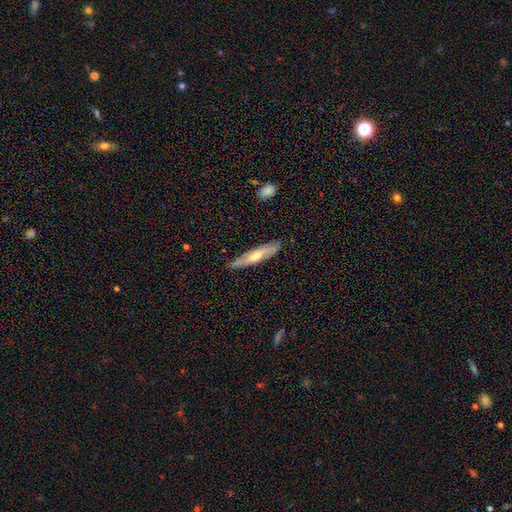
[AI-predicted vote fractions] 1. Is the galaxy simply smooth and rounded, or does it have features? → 55% featured or disk, 38% smooth, 7% star or artifact.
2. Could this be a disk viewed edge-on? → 74% yes, 26% no.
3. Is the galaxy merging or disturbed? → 85% none, 12% minor disturbance, 2% major disturbance, 1% merger.